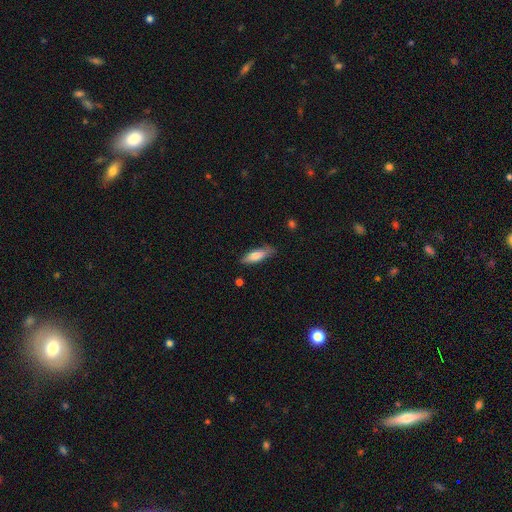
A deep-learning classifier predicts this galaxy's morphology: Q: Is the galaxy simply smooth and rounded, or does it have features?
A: smooth — 75%.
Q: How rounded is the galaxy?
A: cigar-shaped — 54%.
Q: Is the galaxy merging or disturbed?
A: none — 75%.